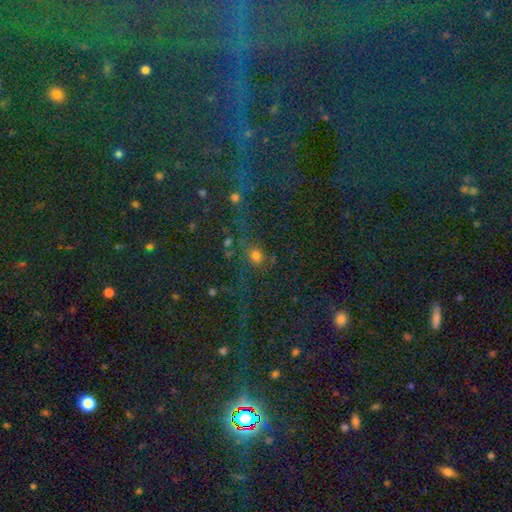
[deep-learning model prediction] Q: Smooth or featured?
A: smooth (49%); runner-up: star or artifact (41%)
Q: Merging?
A: none (59%); runner-up: merger (15%)